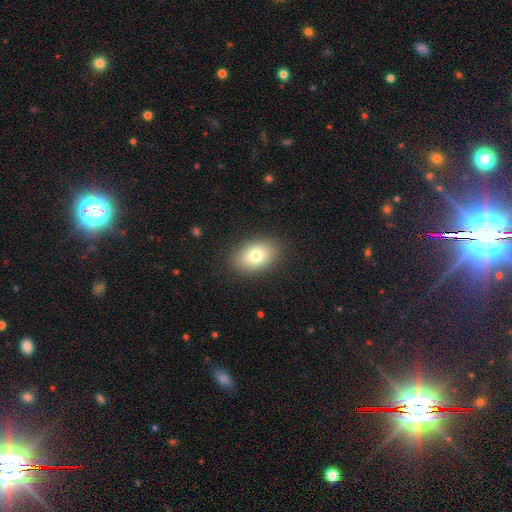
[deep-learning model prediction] A smooth galaxy with no disk features (79%) that is in between round and cigar-shaped (83%).

Vote fractions:
- Smooth or featured? smooth: 79% / featured or disk: 12% / star or artifact: 9%
- How rounded? in between: 83% / round: 16% / cigar-shaped: 1%
- Merging? none: 88% / minor disturbance: 9% / major disturbance: 3% / merger: 1%